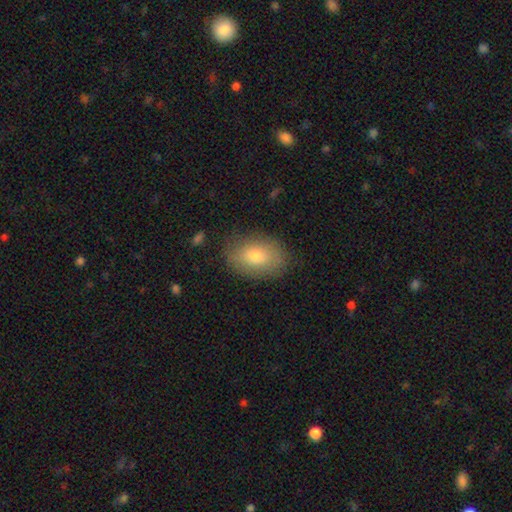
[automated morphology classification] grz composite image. It shows a smooth galaxy with no disk features (73%) that is in between round and cigar-shaped (83%). Merging: none (81%).